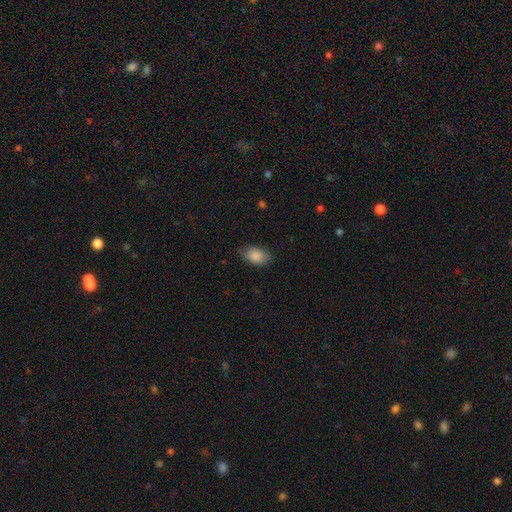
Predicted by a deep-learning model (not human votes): This appears to be a smooth galaxy with no disk features (88%) that is in between round and cigar-shaped (89%). Merging: none (77%).